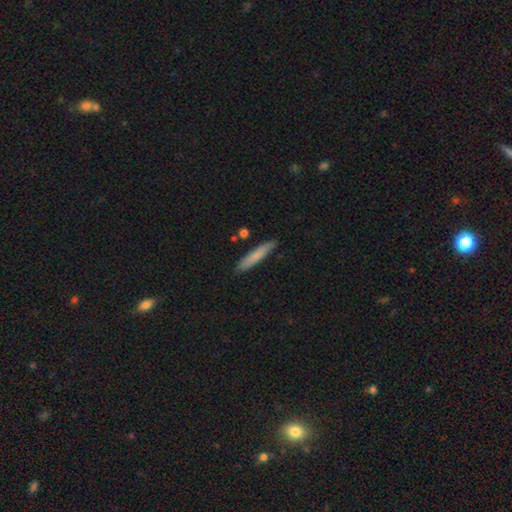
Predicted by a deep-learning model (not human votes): Overall: smooth (77%). How rounded: cigar-shaped (92%). Merging: none (85%).